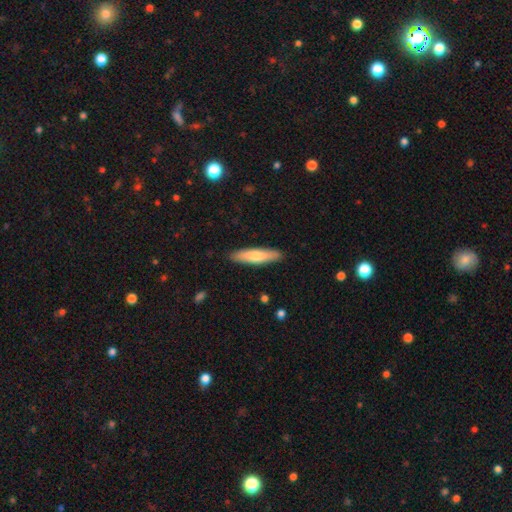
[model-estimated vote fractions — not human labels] A smooth galaxy with no disk features (72%) that is cigar-shaped (76%). Merging: none (89%).